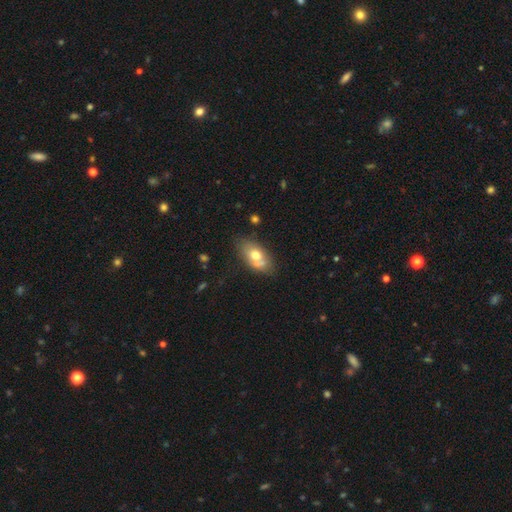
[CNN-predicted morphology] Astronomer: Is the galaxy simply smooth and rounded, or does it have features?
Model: smooth — 63%.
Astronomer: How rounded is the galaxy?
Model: in between — 88%.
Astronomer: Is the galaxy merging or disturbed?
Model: none — 56%.